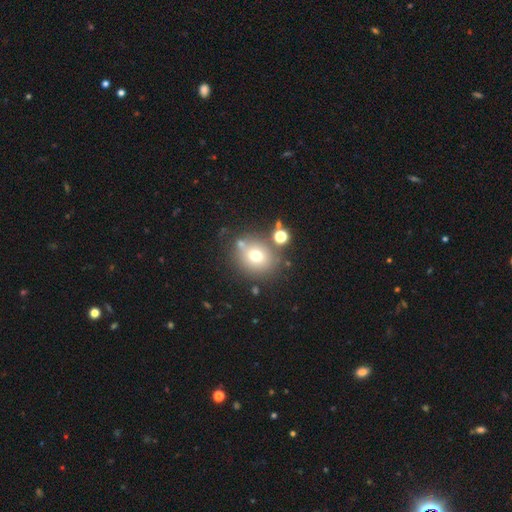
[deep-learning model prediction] Overall: smooth (67%). How rounded: round (79%). Merging: none (70%).